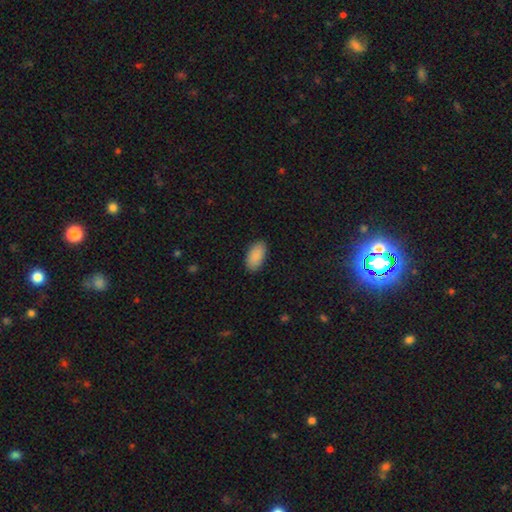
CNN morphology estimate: Q: Smooth or featured?
A: smooth (90%); runner-up: star or artifact (6%)
Q: How rounded?
A: in between (95%); runner-up: cigar-shaped (3%)
Q: Merging?
A: none (88%); runner-up: minor disturbance (9%)